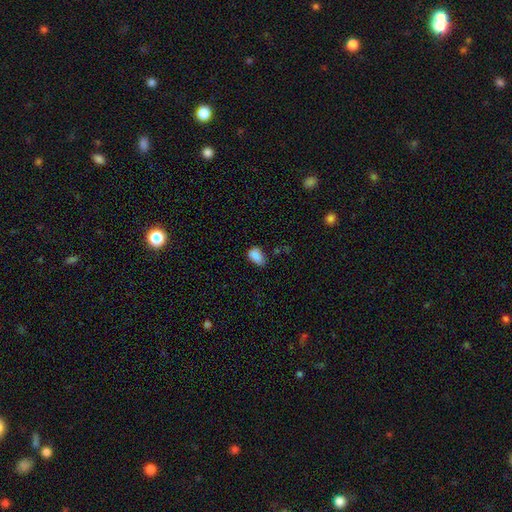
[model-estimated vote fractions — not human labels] Smooth or featured? Predicted: smooth (p=0.85). How rounded? Predicted: in between (p=0.88). Merging? Predicted: none (p=0.59).